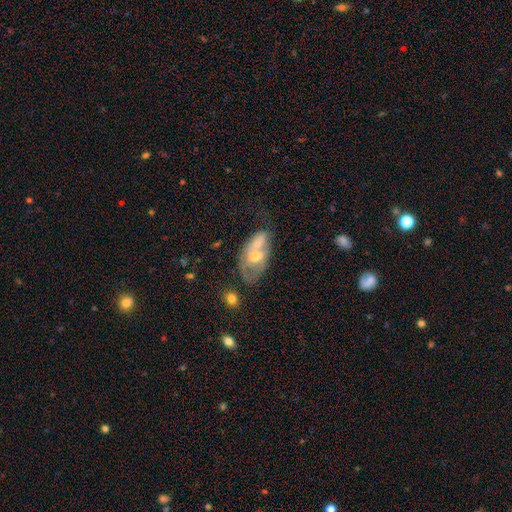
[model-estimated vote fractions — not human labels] Q: Smooth or featured?
A: featured or disk (53%); runner-up: smooth (38%)
Q: Edge-on disk?
A: no (91%); runner-up: yes (9%)
Q: Merging?
A: merger (43%); runner-up: none (24%)